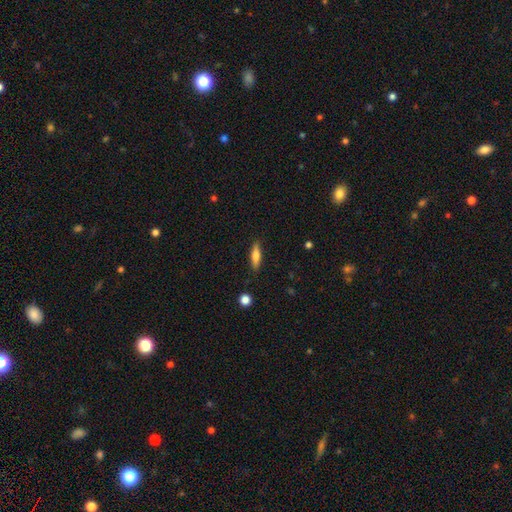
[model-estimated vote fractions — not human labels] Morphology: type=smooth (68%); roundness=cigar-shaped (62%); merging=none (87%).